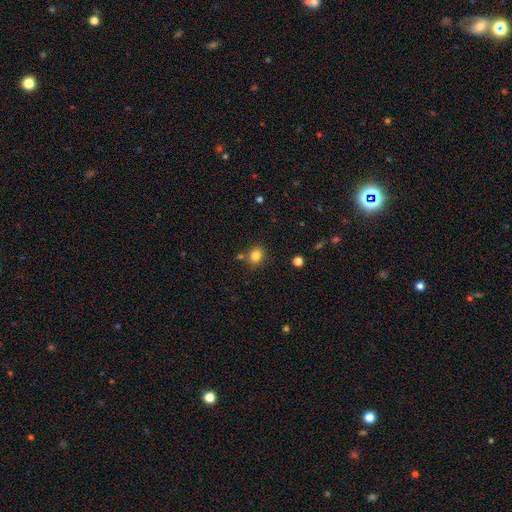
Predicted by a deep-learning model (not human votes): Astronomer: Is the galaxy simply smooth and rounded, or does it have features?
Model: smooth — 83%.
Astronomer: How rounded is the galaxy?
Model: round — 66%.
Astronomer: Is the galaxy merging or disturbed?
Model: none — 79%.